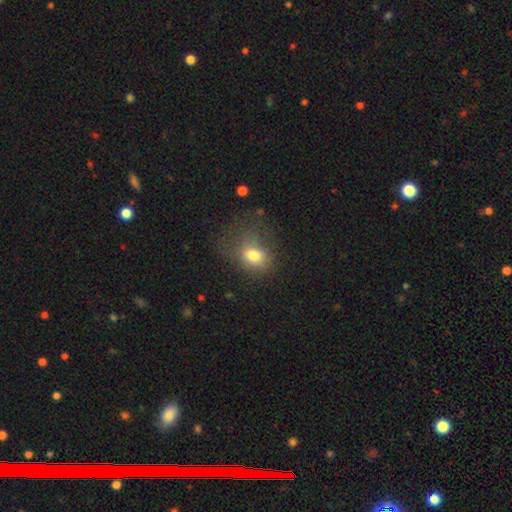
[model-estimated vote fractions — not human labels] Smooth or featured? Predicted: smooth (p=0.76). How rounded? Predicted: in between (p=0.54). Merging? Predicted: none (p=0.45).